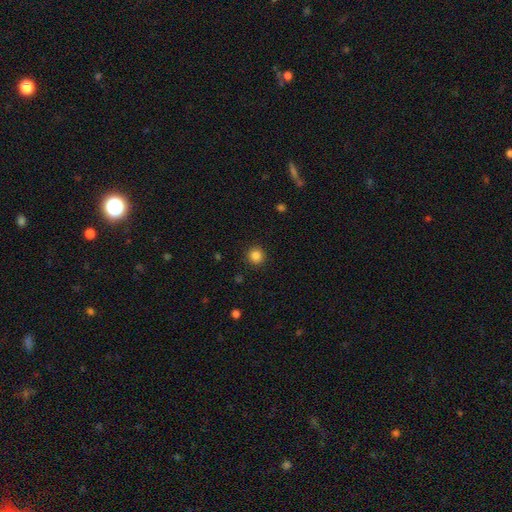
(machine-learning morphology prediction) Smooth or featured? smooth (85%)
How rounded? round (94%)
Merging? none (92%)